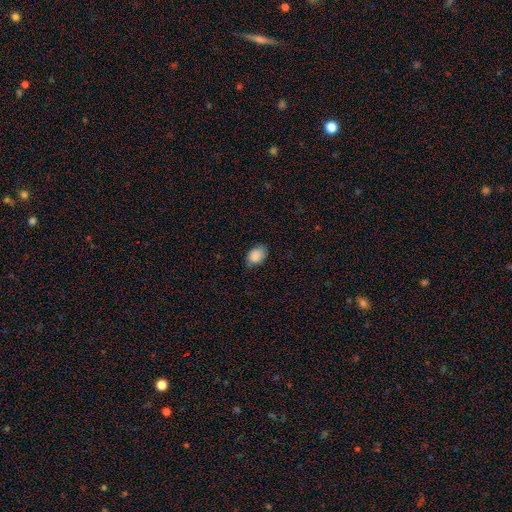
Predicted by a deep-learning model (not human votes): Smooth or featured? smooth (87%)
How rounded? in between (74%)
Merging? none (67%)